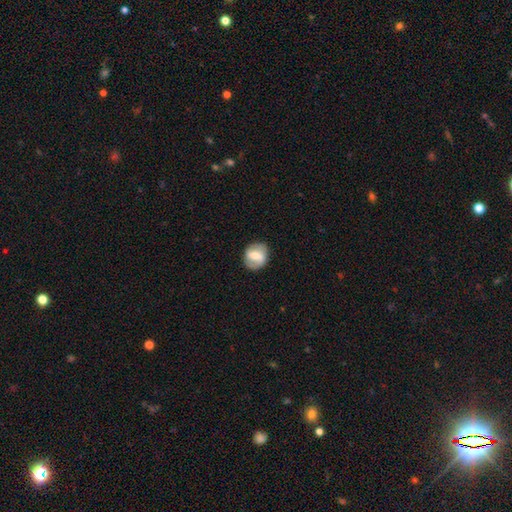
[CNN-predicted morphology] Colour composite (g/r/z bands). It shows a featured or disk galaxy (55%) with a strong bar (49%), spiral arms (61%) and a moderate central bulge (54%). Merging: none (83%).